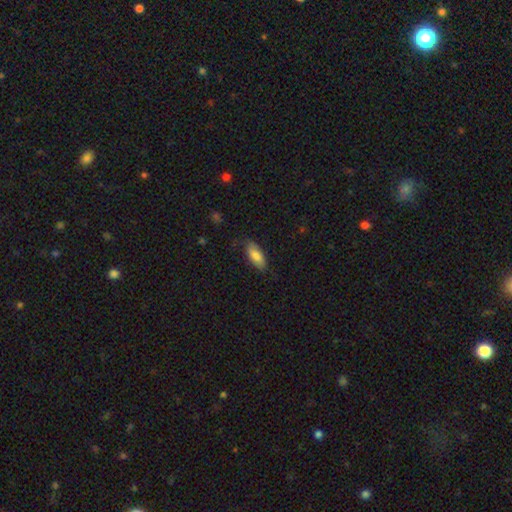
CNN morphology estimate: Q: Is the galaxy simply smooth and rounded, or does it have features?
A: smooth — 80%.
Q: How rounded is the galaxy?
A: in between — 82%.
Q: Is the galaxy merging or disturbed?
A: none — 74%.